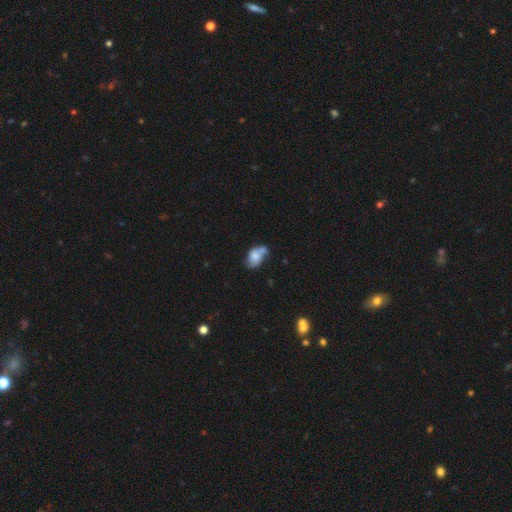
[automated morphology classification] smooth_or_featured: smooth (p=0.56) [alt: featured or disk p=0.35]
how_rounded: in between (p=0.81) [alt: round p=0.18]
merging: merger (p=0.35) [alt: none p=0.30]